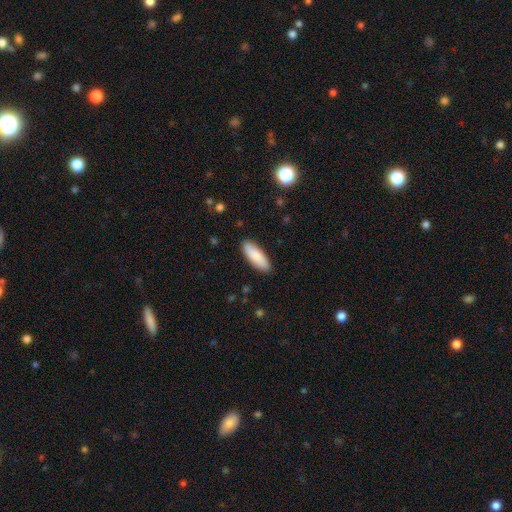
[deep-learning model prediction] Smooth or featured? Predicted: smooth (p=0.87). How rounded? Predicted: in between (p=0.67). Merging? Predicted: none (p=0.89).